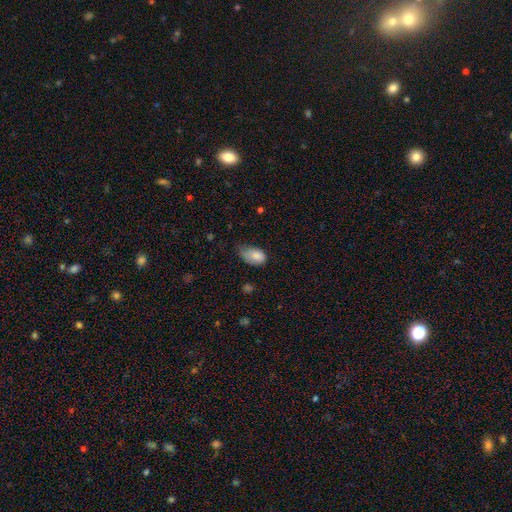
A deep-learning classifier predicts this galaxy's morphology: Smooth or featured?
  - smooth: 83% *
  - featured or disk: 9%
  - star or artifact: 8%
How rounded?
  - in between: 91% *
  - round: 8%
  - cigar-shaped: 2%
Merging?
  - minor disturbance: 49% *
  - none: 31%
  - major disturbance: 18%
  - merger: 2%